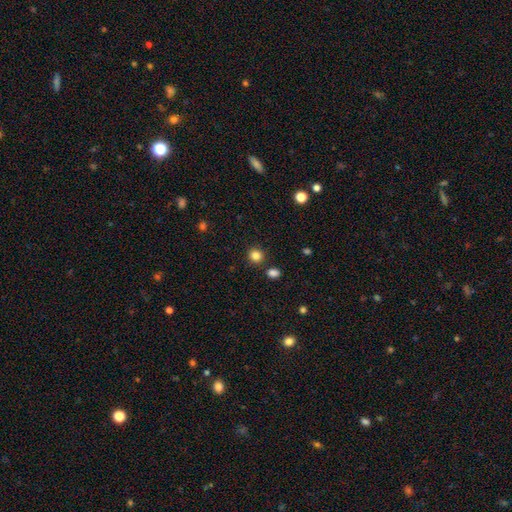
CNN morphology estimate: smooth 84%, star or artifact 12%, featured or disk 4%. Down the decision tree: how rounded — round (88%); merging — none (86%).